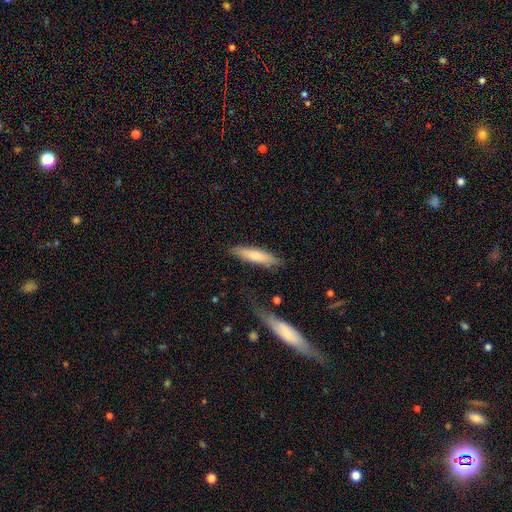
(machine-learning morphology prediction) Smooth or featured?
  - smooth: 74% *
  - featured or disk: 20%
  - star or artifact: 6%
How rounded?
  - cigar-shaped: 77% *
  - in between: 21%
  - round: 1%
Merging?
  - none: 77% *
  - minor disturbance: 16%
  - major disturbance: 4%
  - merger: 3%